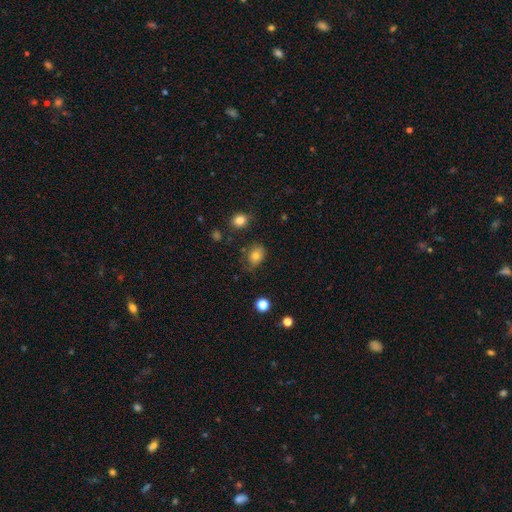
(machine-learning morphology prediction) Smooth or featured?
  - smooth: 76% *
  - featured or disk: 13%
  - star or artifact: 11%
How rounded?
  - in between: 67% *
  - round: 32%
  - cigar-shaped: 1%
Merging?
  - none: 61% *
  - minor disturbance: 27%
  - major disturbance: 10%
  - merger: 3%